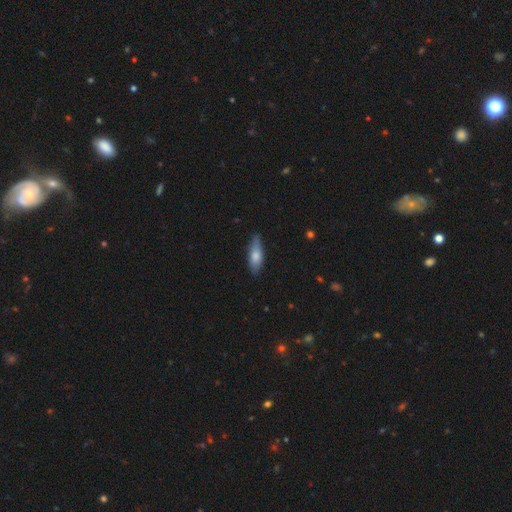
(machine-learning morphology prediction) The model was most divided on "how rounded": in between: 55%, cigar-shaped: 43%, round: 2%. More confident: merging — none (77%); smooth or featured — smooth (71%).